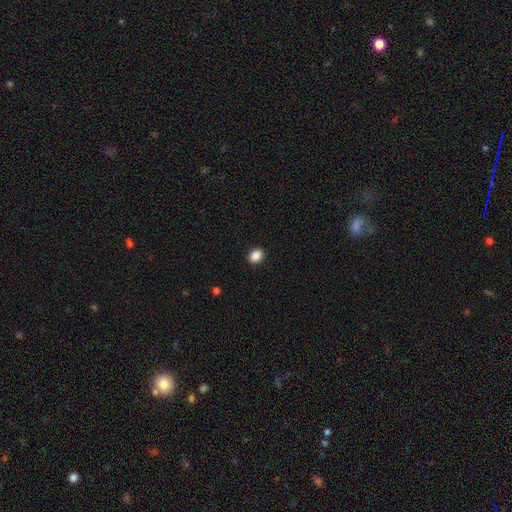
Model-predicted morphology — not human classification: A smooth galaxy with no disk features (89%) that is in between round and cigar-shaped (68%).

Vote fractions:
- Smooth or featured? smooth: 89% / star or artifact: 8% / featured or disk: 3%
- How rounded? in between: 68% / round: 31% / cigar-shaped: 1%
- Merging? none: 91% / minor disturbance: 6% / major disturbance: 2% / merger: 1%